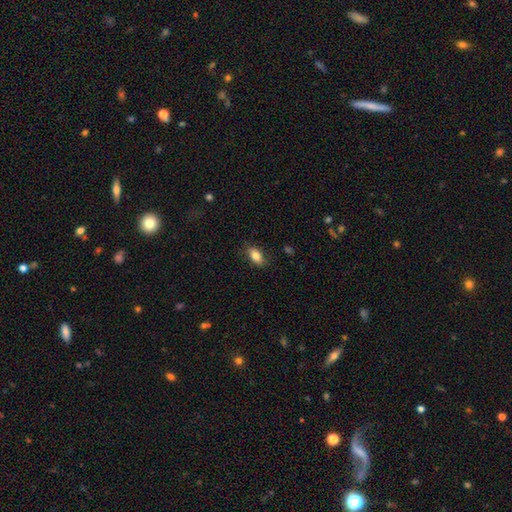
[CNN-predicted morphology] Overall: smooth (81%). How rounded: in between (88%). Merging: none (83%).